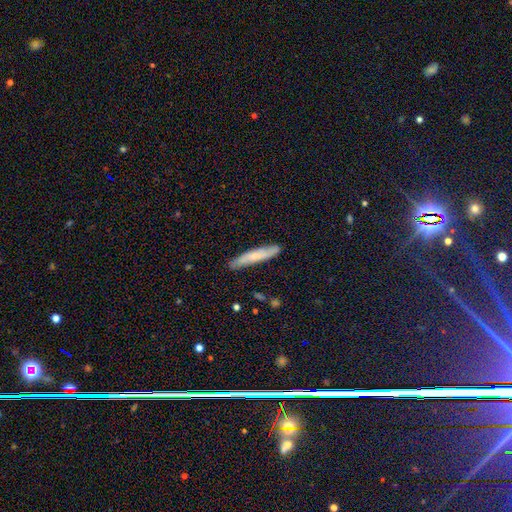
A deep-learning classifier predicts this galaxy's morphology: smooth-or-featured: smooth: 62% | featured or disk: 32% | star or artifact: 6%
  how-rounded: cigar-shaped: 91% | in between: 8% | round: 1%
  merging: none: 85% | minor disturbance: 12% | major disturbance: 2% | merger: 1%